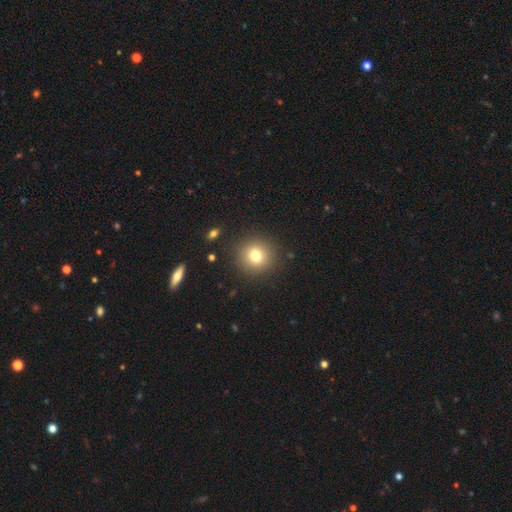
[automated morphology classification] This is likely a smooth galaxy (77%). How rounded: clearly round (91%). Merging: clearly none (90%).